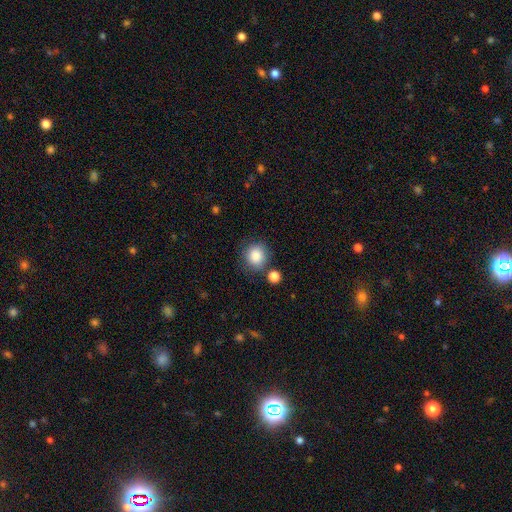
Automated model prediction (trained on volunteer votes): This is clearly a smooth galaxy (86%). How rounded: clearly round (85%). Merging: likely none (76%).